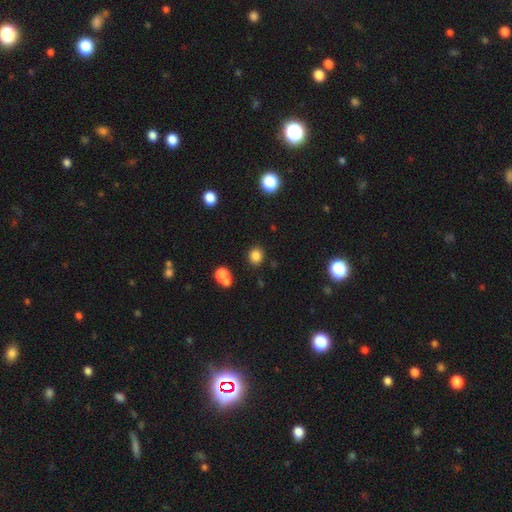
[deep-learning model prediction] This is clearly a smooth galaxy (82%). How rounded: likely round (78%). Merging: clearly none (83%).